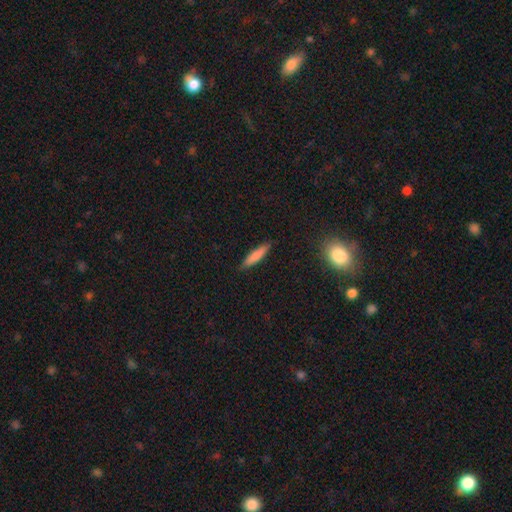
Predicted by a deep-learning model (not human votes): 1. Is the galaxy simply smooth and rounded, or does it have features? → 79% smooth, 14% featured or disk, 7% star or artifact.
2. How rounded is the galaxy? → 86% cigar-shaped, 13% in between, 1% round.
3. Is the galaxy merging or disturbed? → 88% none, 9% minor disturbance, 2% major disturbance, 1% merger.